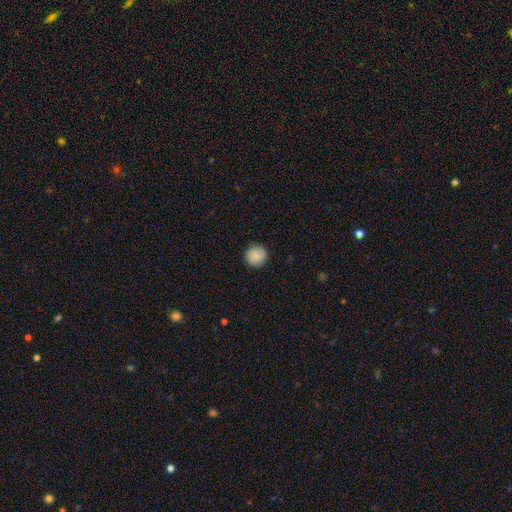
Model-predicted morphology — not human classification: smooth_or_featured: smooth (p=0.89) [alt: star or artifact p=0.07]
how_rounded: round (p=0.94) [alt: in between p=0.05]
merging: none (p=0.91) [alt: minor disturbance p=0.06]